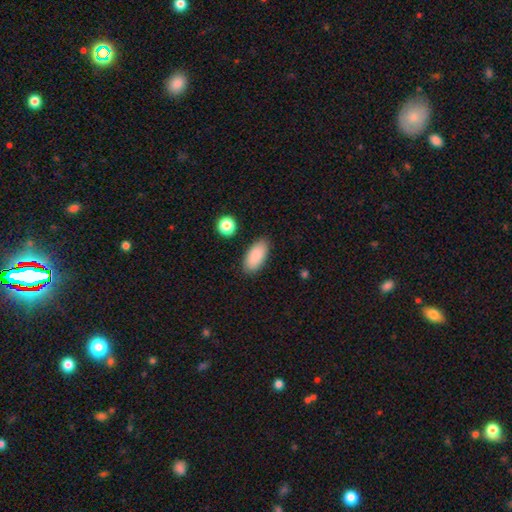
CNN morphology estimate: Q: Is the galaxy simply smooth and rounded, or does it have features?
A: smooth — 89%.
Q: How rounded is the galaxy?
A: in between — 90%.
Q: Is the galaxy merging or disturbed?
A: none — 86%.